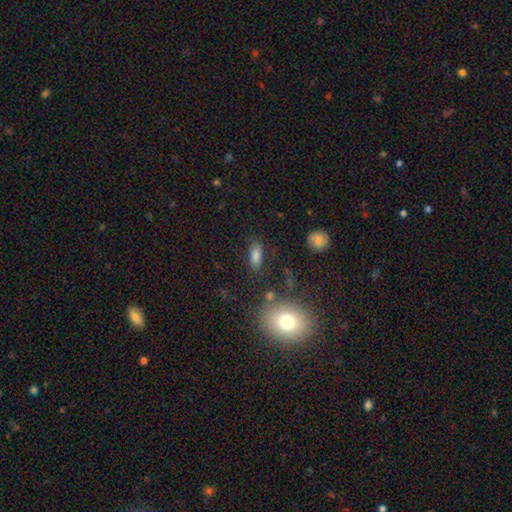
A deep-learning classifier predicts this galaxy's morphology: Smooth or featured? smooth (75%)
How rounded? in between (76%)
Merging? none (80%)